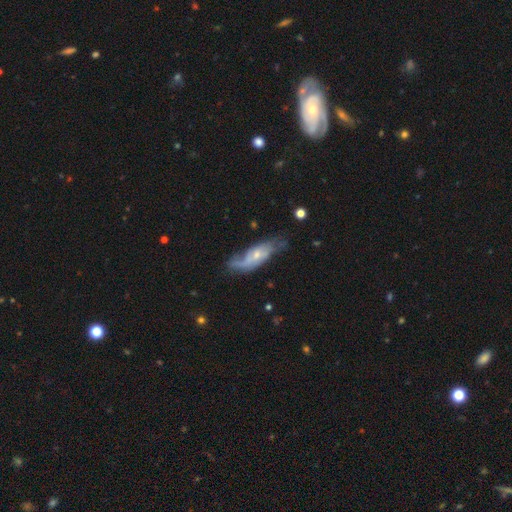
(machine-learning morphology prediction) A featured or disk galaxy (66%) with no bar (63%), spiral arms (83%) and a small central bulge (58%). Merging: none (51%).